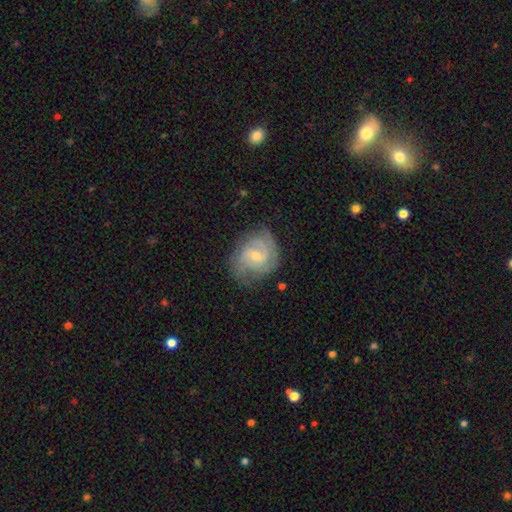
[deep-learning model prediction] Smooth or featured?
  - featured or disk: 76% *
  - smooth: 17%
  - star or artifact: 7%
Edge-on disk?
  - no: 97% *
  - yes: 3%
Bar?
  - weak: 51% *
  - no: 39%
  - strong: 9%
Spiral arms?
  - yes: 93% *
  - no: 7%
Spiral winding?
  - tight: 49% *
  - medium: 40%
  - loose: 11%
Spiral arm count?
  - 2: 43% *
  - can't tell: 25%
  - 3: 19%
  - 4: 5%
  - 1: 4%
  - more than 4: 3%
Bulge size?
  - small: 59% *
  - moderate: 37%
  - none: 2%
  - large: 1%
  - dominant: 1%
Merging?
  - none: 71% *
  - minor disturbance: 21%
  - major disturbance: 7%
  - merger: 1%